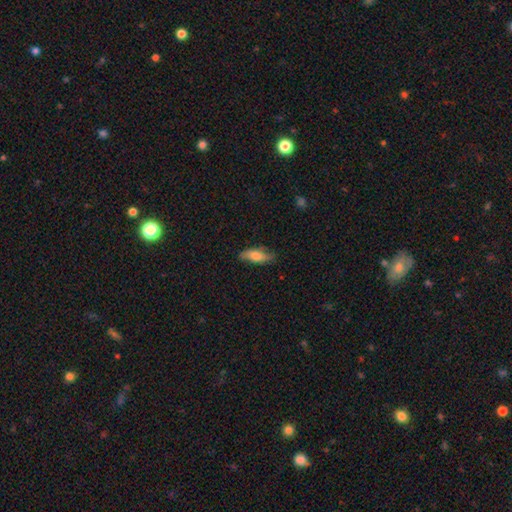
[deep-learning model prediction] The model was most divided on "how rounded": in between: 67%, cigar-shaped: 30%, round: 3%. More confident: merging — none (76%); smooth or featured — smooth (66%).